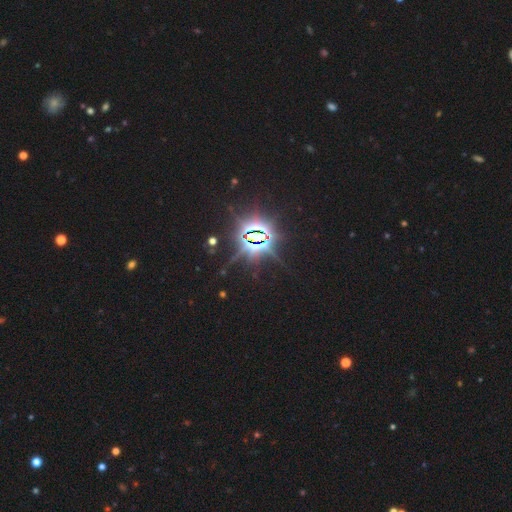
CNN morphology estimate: A star or artifact, not a galaxy (87%).